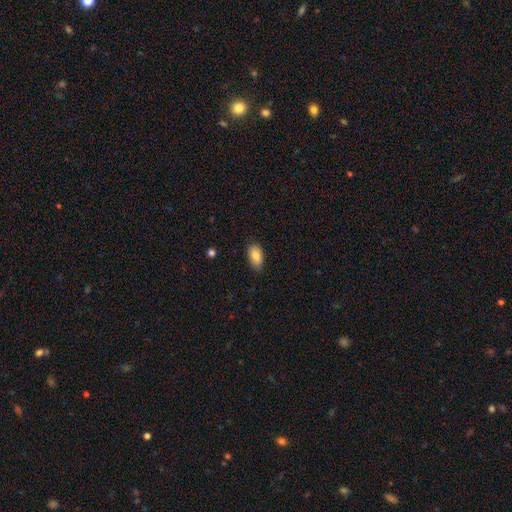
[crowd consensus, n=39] Q: Smooth or featured?
A: smooth (90%); runner-up: featured or disk (5%)
Q: How rounded?
A: in between (94%); runner-up: cigar-shaped (6%)
Q: Merging?
A: none (78%); runner-up: minor disturbance (22%)